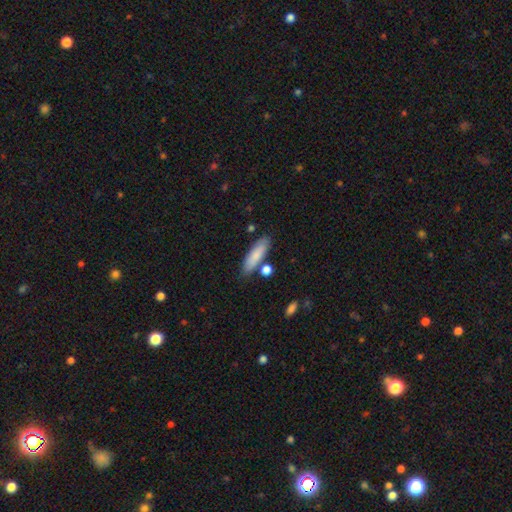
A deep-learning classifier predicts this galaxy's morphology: This appears to be a smooth galaxy with no disk features (81%) that is cigar-shaped (54%). Merging: none (76%).